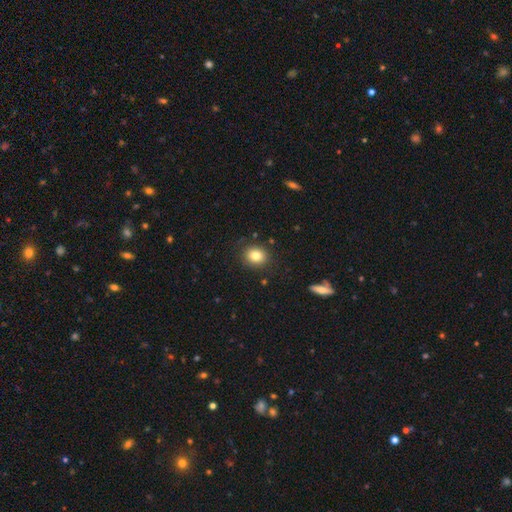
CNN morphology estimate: Q: Smooth or featured?
A: smooth (81%); runner-up: star or artifact (11%)
Q: How rounded?
A: round (74%); runner-up: in between (25%)
Q: Merging?
A: none (87%); runner-up: minor disturbance (9%)